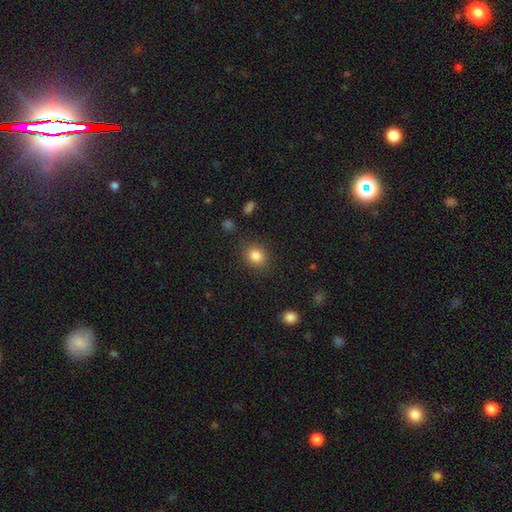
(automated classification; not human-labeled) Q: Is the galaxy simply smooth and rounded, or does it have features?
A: smooth — 85%.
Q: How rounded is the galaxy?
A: round — 68%.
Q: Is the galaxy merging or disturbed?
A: none — 85%.